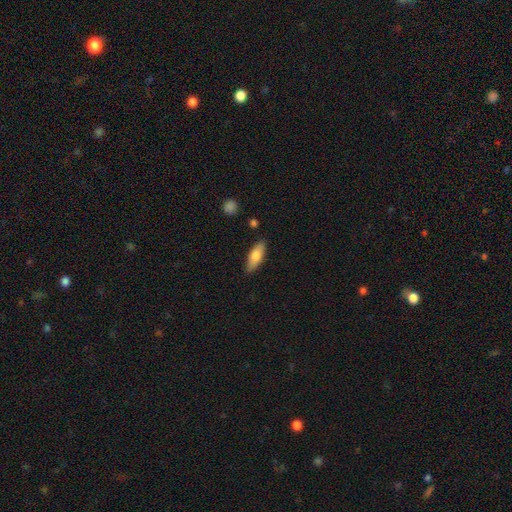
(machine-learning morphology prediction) A smooth galaxy with no disk features (75%) that is in between round and cigar-shaped (67%).

Vote fractions:
- Smooth or featured? smooth: 75% / featured or disk: 19% / star or artifact: 6%
- How rounded? in between: 67% / cigar-shaped: 31% / round: 2%
- Merging? none: 85% / minor disturbance: 11% / major disturbance: 2% / merger: 2%